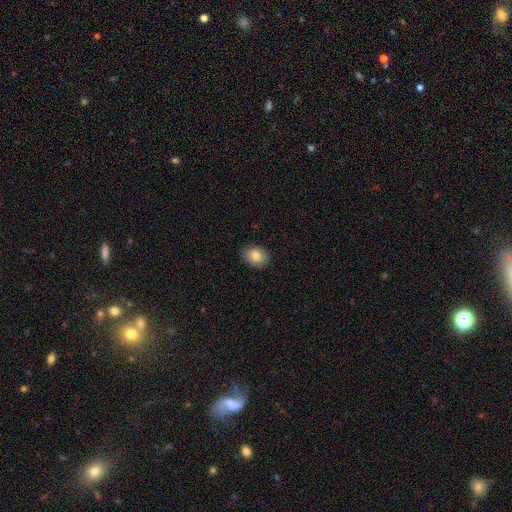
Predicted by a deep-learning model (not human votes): Smooth or featured?
  - smooth: 83% *
  - star or artifact: 9%
  - featured or disk: 8%
How rounded?
  - in between: 60% *
  - round: 39%
  - cigar-shaped: 1%
Merging?
  - none: 88% *
  - minor disturbance: 9%
  - major disturbance: 2%
  - merger: 1%